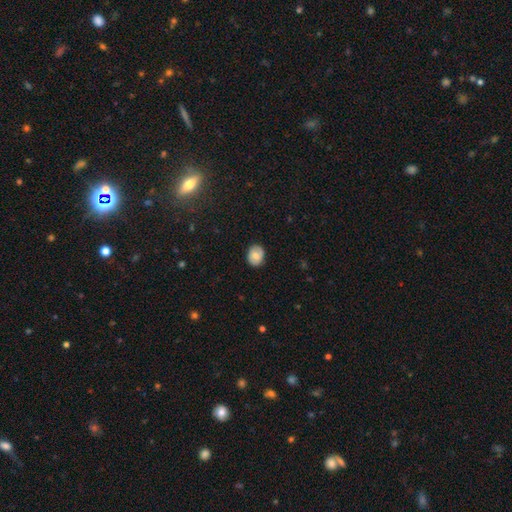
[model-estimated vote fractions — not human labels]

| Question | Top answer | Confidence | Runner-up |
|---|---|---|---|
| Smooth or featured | smooth | 68% | featured or disk (24%) |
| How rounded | in between | 58% | round (41%) |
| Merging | none | 84% | minor disturbance (12%) |